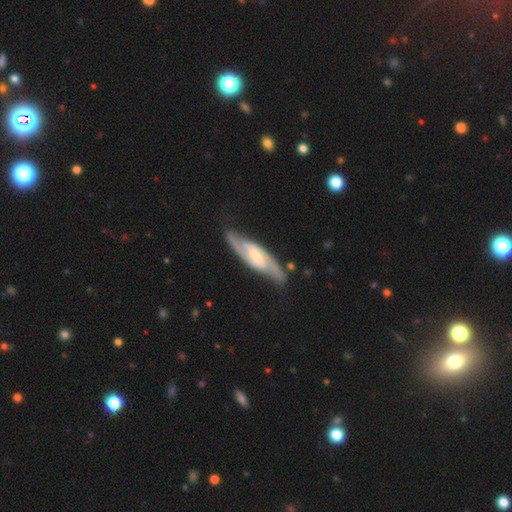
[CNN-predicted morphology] featured or disk 86%, smooth 10%, star or artifact 4%. Down the decision tree: edge-on disk — no (86%); bar — weak (45%); spiral arms — yes (97%); spiral arm count — 2 (89%); spiral winding — medium (52%); bulge size — small (46%); merging — none (79%).